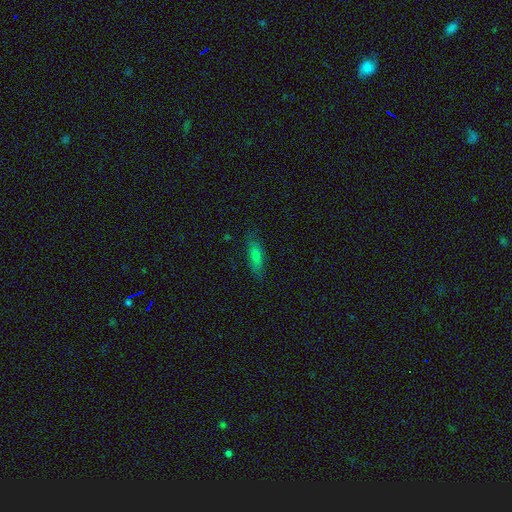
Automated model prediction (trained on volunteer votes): smooth-or-featured: smooth: 62% | featured or disk: 25% | star or artifact: 12%
  how-rounded: cigar-shaped: 50% | in between: 47% | round: 3%
  merging: none: 81% | minor disturbance: 15% | major disturbance: 3% | merger: 1%